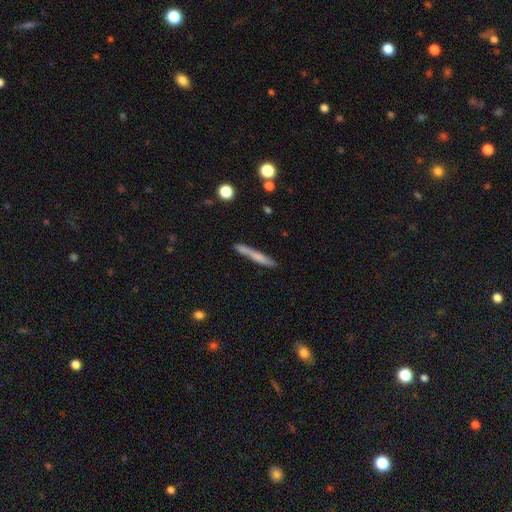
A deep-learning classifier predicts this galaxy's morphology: The model was most divided on "smooth or featured": smooth: 61%, featured or disk: 32%, star or artifact: 7%. More confident: how rounded — cigar-shaped (95%); merging — none (83%).